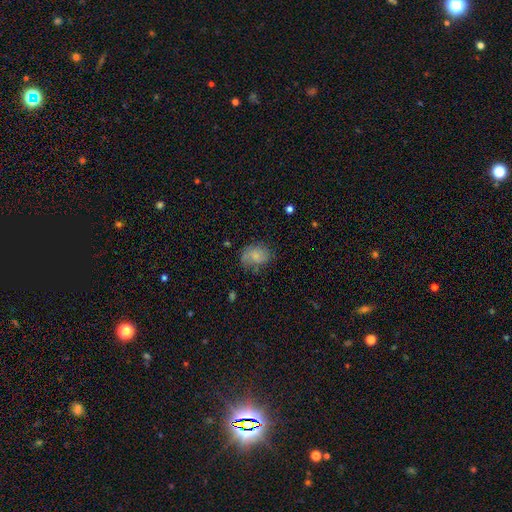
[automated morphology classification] Smooth or featured? Predicted: smooth (p=0.68). How rounded? Predicted: round (p=0.51). Merging? Predicted: none (p=0.59).